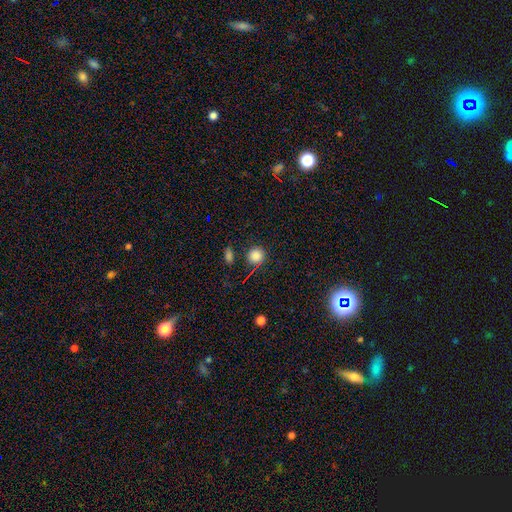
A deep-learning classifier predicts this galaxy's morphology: Smooth or featured? smooth (83%)
How rounded? round (91%)
Merging? none (82%)